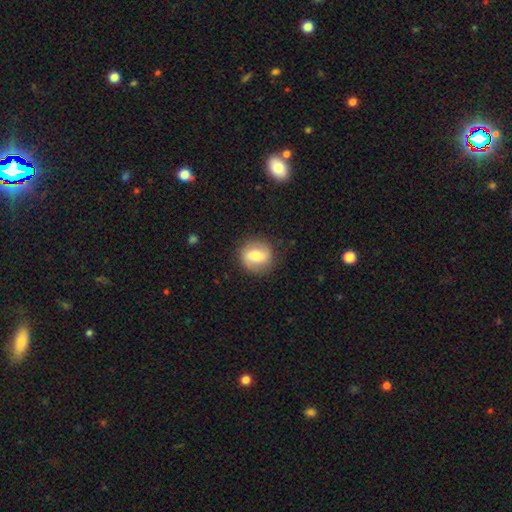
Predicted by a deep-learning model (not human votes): Morphology: type=smooth (53%); roundness=round (79%); merging=none (83%).